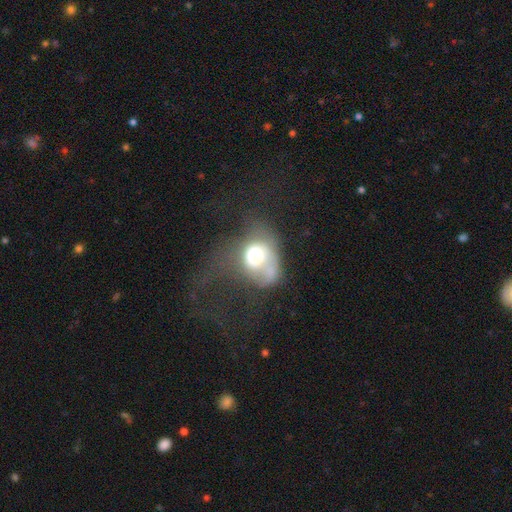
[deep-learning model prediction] This appears to be a smooth galaxy with no disk features (59%) that is in between round and cigar-shaped (56%). Merging: major disturbance (50%).